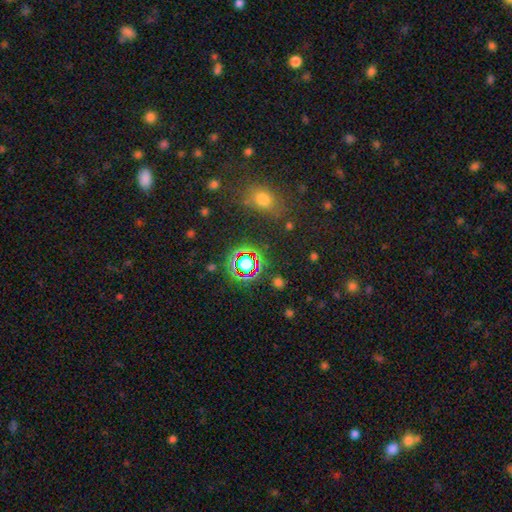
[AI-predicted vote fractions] Morphology: type=star or artifact (47%).